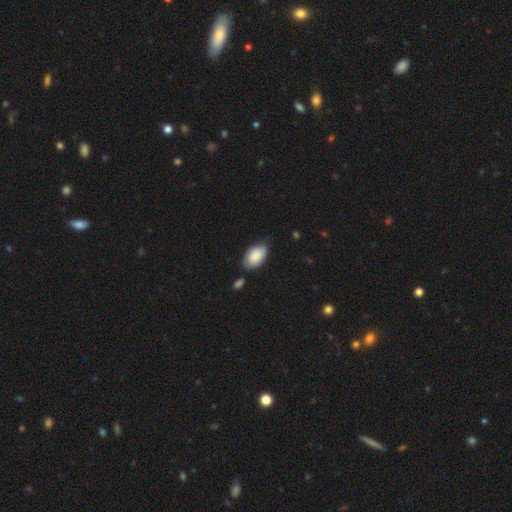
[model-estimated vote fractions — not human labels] The model was most divided on "merging": none: 61%, minor disturbance: 29%, major disturbance: 5%, merger: 5%. More confident: how rounded — in between (94%); smooth or featured — smooth (84%).